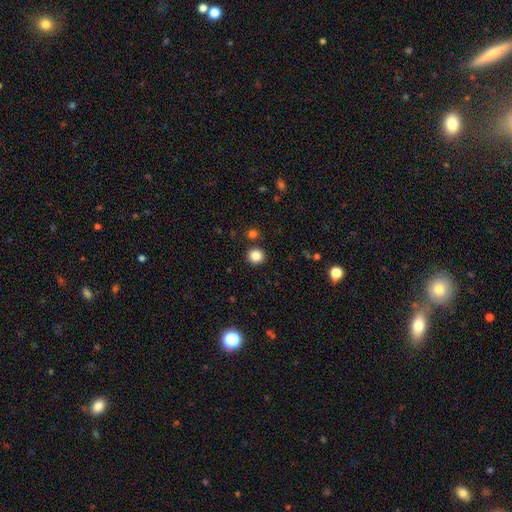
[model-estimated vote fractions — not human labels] smooth-or-featured: smooth: 84% | star or artifact: 12% | featured or disk: 4%
  how-rounded: round: 93% | in between: 6% | cigar-shaped: 1%
  merging: none: 89% | minor disturbance: 6% | merger: 4% | major disturbance: 2%